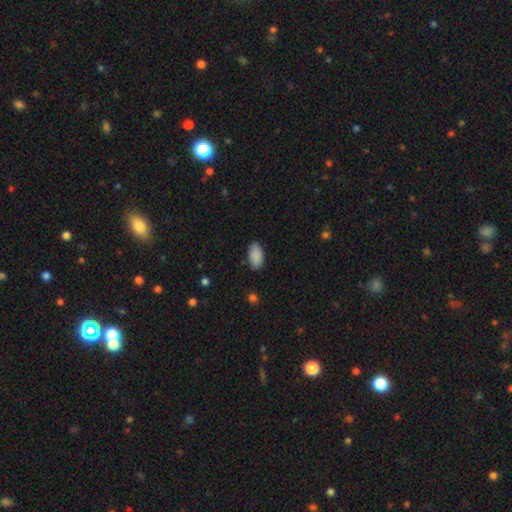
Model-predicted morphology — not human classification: Smooth or featured? Predicted: smooth (p=0.90). How rounded? Predicted: in between (p=0.94). Merging? Predicted: none (p=0.84).